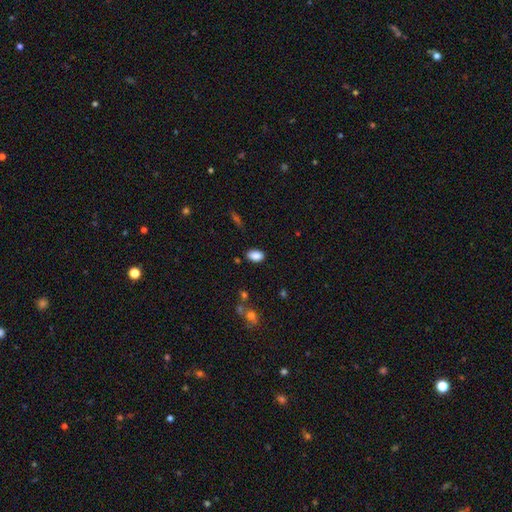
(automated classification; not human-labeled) A smooth galaxy with no disk features (88%) that is in between round and cigar-shaped (90%). Merging: none (85%).